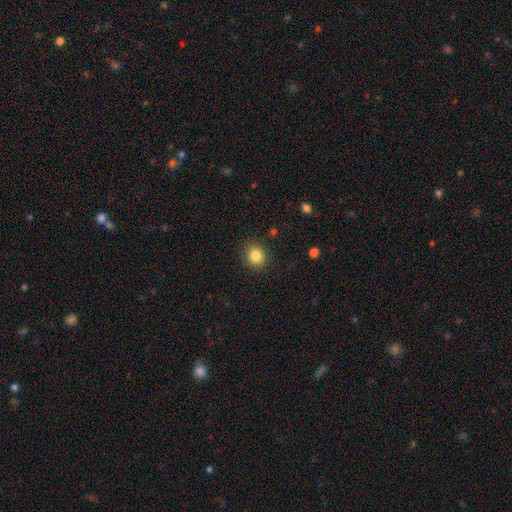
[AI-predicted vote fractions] This is clearly a smooth galaxy (85%). How rounded: clearly round (82%). Merging: clearly none (89%).